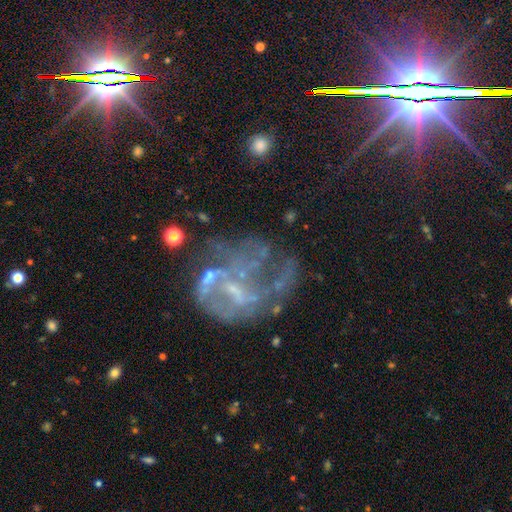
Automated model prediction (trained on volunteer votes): Smooth or featured: featured or disk — 64% (star or artifact — 24%)
Edge-on disk: no — 97% (yes — 3%)
Bar: no — 57% (weak — 31%)
Spiral arms: yes — 51% (no — 49%)
Bulge size: none — 46% (small — 38%)
Merging: major disturbance — 39% (none — 34%)